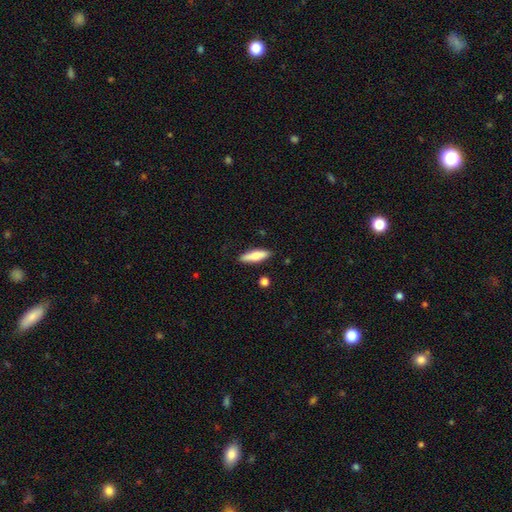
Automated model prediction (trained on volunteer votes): The model was most divided on "how rounded": cigar-shaped: 64%, in between: 34%, round: 2%. More confident: merging — none (86%); smooth or featured — smooth (71%).